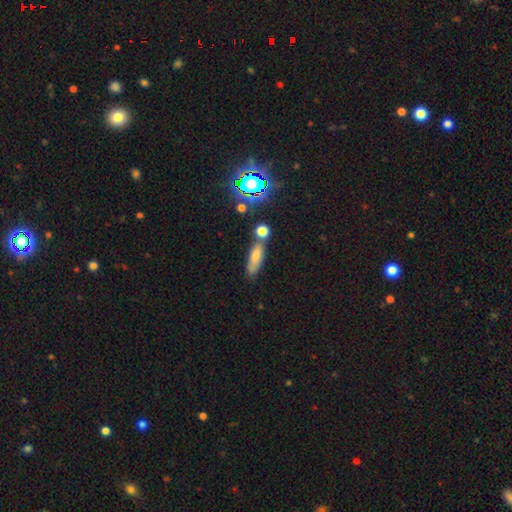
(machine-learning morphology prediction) The model was most divided on "how rounded": cigar-shaped: 46%, in between: 45%, round: 9%. More confident: merging — none (65%); smooth or featured — smooth (63%).